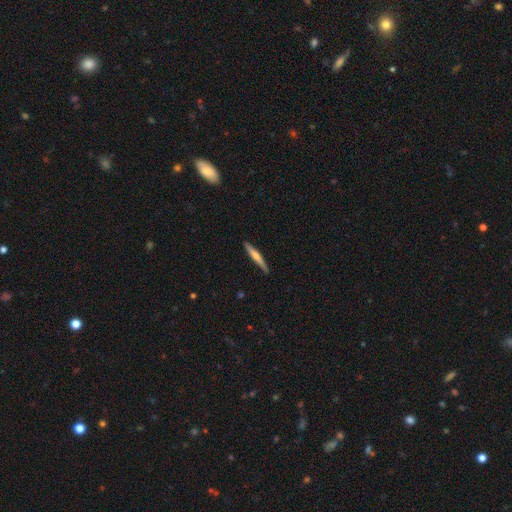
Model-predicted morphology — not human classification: Smooth or featured: featured or disk — 57% (smooth — 38%)
Edge-on disk: yes — 97% (no — 3%)
Edge-on bulge: rounded — 80% (none — 14%)
Merging: none — 89% (minor disturbance — 9%)